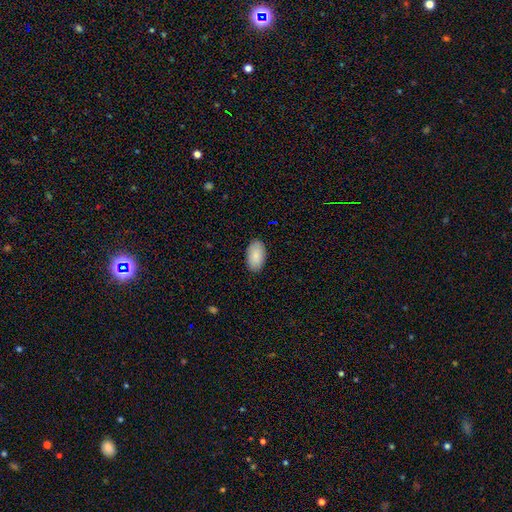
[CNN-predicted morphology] Smooth or featured? smooth (89%)
How rounded? in between (96%)
Merging? none (89%)